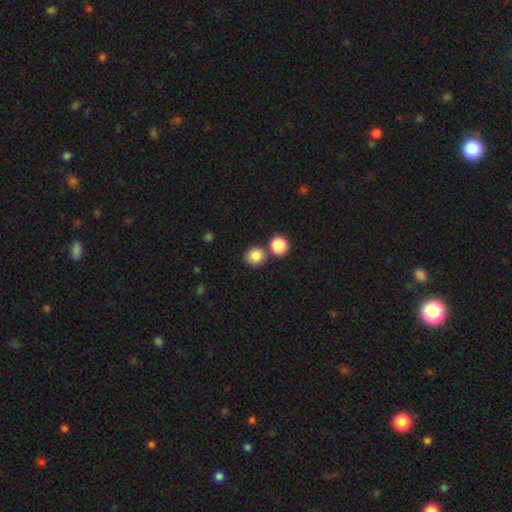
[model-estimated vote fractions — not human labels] smooth 86%, star or artifact 9%, featured or disk 5%. Down the decision tree: how rounded — round (88%); merging — none (66%).